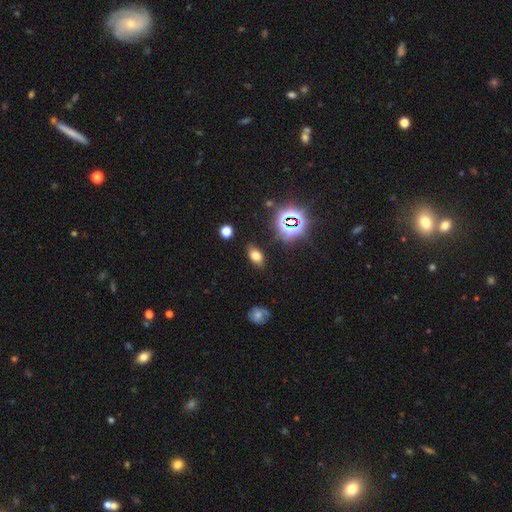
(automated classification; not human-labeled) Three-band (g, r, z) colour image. It shows a smooth galaxy with no disk features (68%) that is in between round and cigar-shaped (87%). Merging: none (84%).